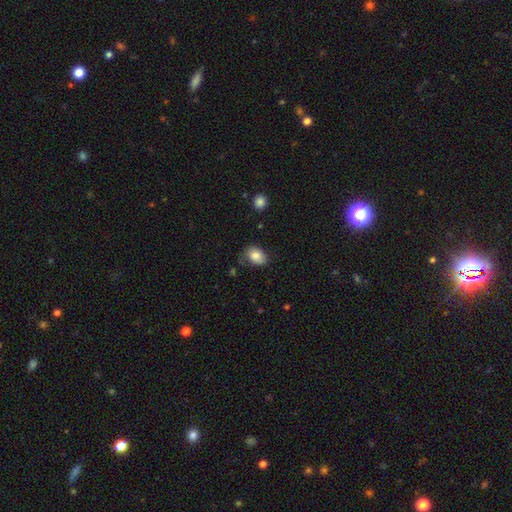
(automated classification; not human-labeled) Morphology: type=smooth (82%); roundness=in between (71%); merging=none (57%).